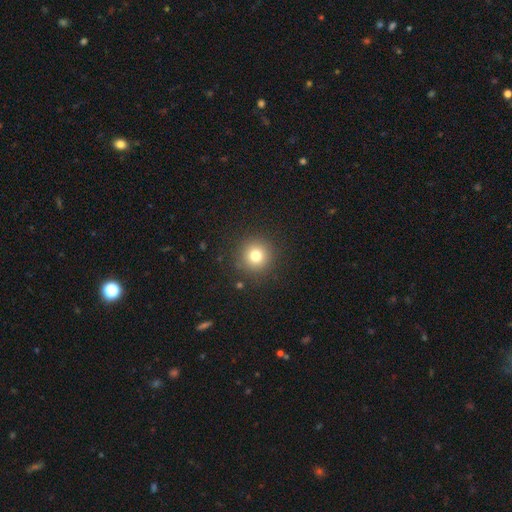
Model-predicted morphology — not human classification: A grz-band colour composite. It shows a smooth galaxy with no disk features (78%) that is round (95%). Merging: none (90%).